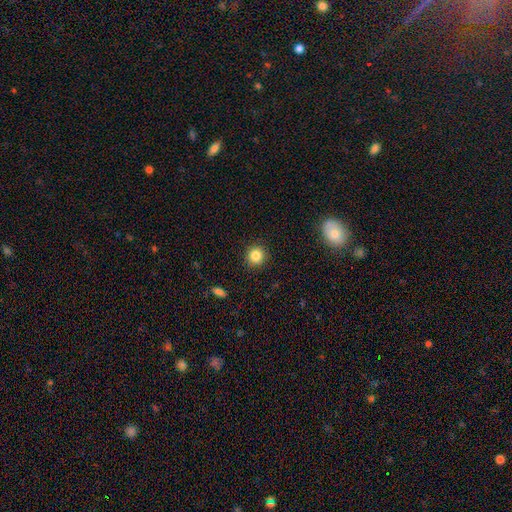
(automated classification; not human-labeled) smooth 84%, star or artifact 11%, featured or disk 5%. Down the decision tree: how rounded — round (92%); merging — none (91%).